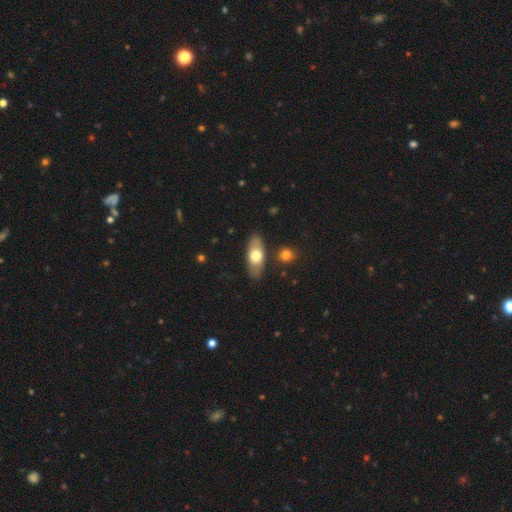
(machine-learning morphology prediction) Overall: smooth (63%; featured or disk 31%). How rounded: in between (80%). Merging: none (82%).